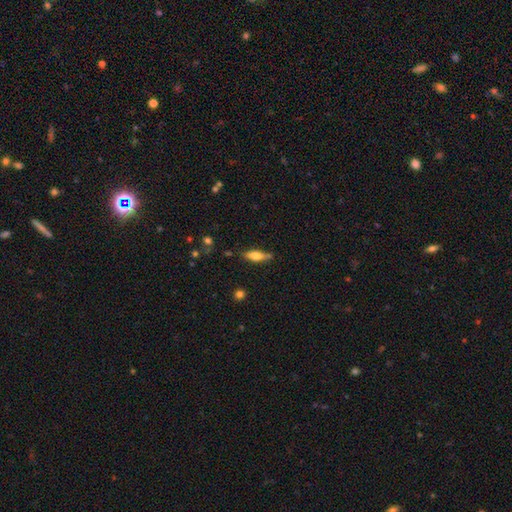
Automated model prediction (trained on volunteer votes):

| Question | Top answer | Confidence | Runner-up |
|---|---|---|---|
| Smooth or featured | smooth | 66% | featured or disk (27%) |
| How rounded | in between | 56% | cigar-shaped (42%) |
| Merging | none | 74% | minor disturbance (17%) |